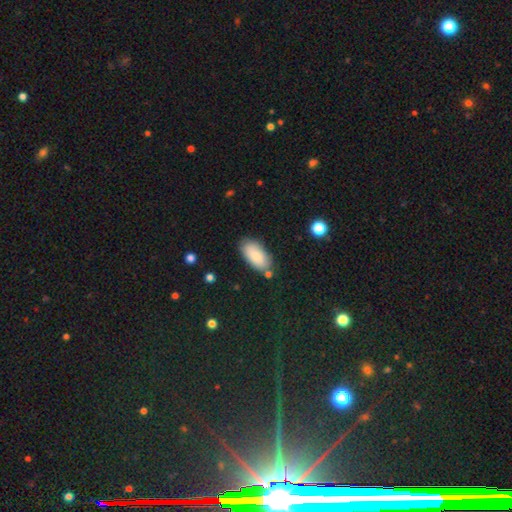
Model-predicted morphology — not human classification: This is clearly a smooth galaxy (86%). How rounded: clearly in between (93%). Merging: likely none (76%).